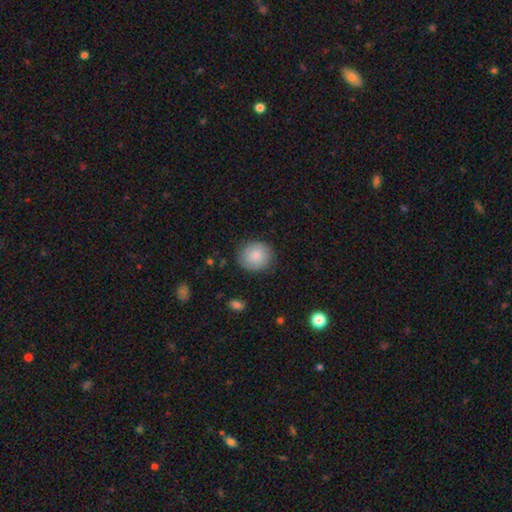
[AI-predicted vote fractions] Smooth or featured: smooth — 78% (featured or disk — 14%)
How rounded: round — 83% (in between — 16%)
Merging: none — 83% (minor disturbance — 12%)